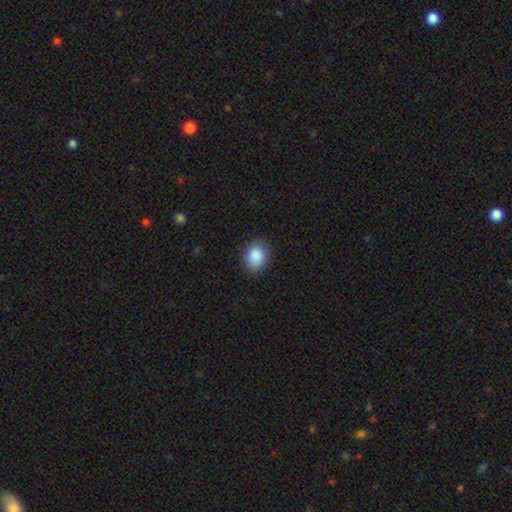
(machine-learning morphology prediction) Overall: smooth (88%). How rounded: round (52%; in between 47%). Merging: none (85%).